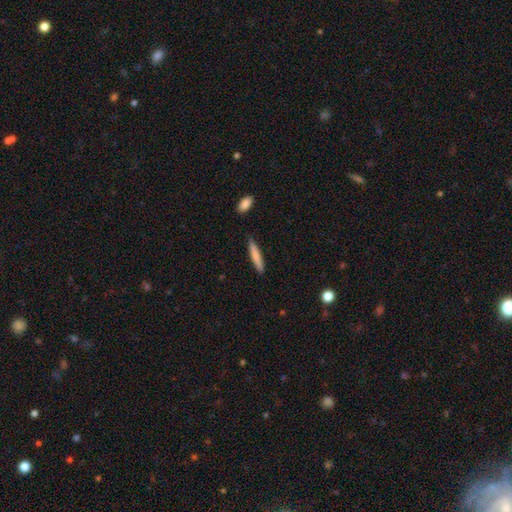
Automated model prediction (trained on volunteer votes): Smooth or featured? smooth (76%)
How rounded? cigar-shaped (91%)
Merging? none (87%)